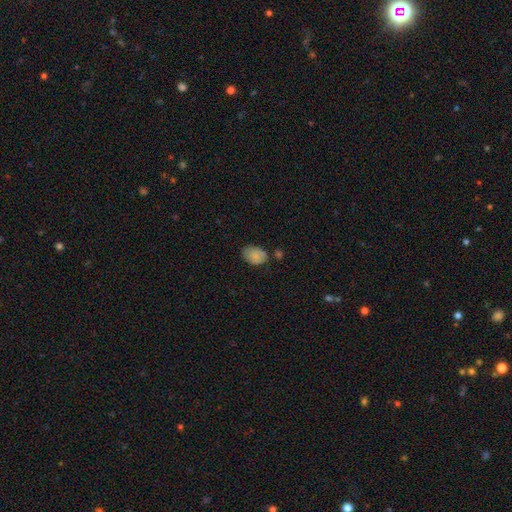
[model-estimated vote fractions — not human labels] A smooth galaxy with no disk features (83%) that is in between round and cigar-shaped (82%). Merging: none (62%).